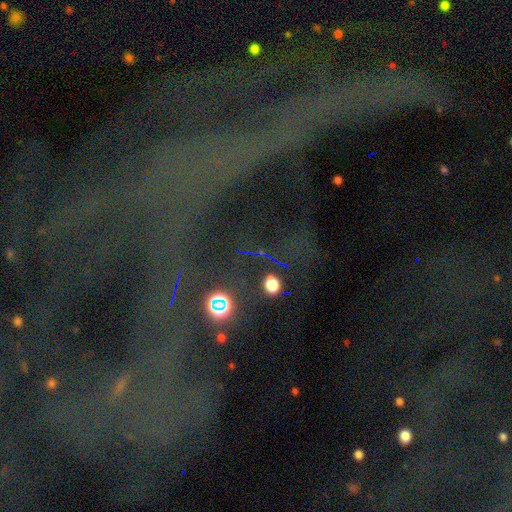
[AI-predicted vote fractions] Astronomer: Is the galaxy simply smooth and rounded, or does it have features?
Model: star or artifact — 77%.